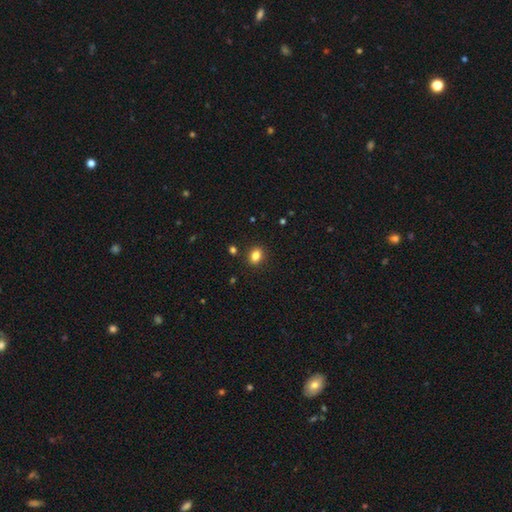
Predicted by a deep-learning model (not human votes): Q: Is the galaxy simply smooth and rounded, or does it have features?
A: smooth — 83%.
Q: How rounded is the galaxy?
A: in between — 61%.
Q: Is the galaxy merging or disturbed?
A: none — 88%.